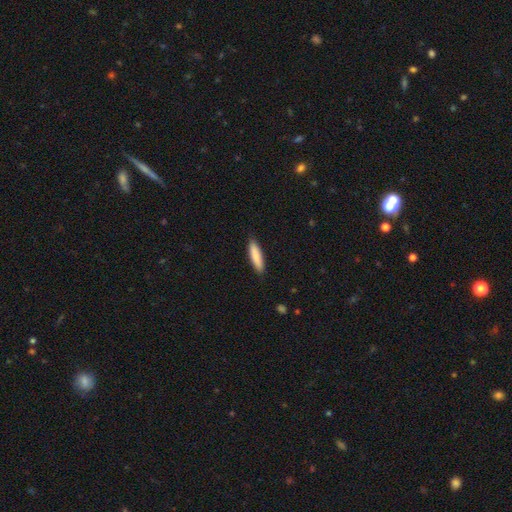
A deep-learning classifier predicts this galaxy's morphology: Smooth or featured: smooth — 85% (featured or disk — 10%)
How rounded: cigar-shaped — 77% (in between — 21%)
Merging: none — 89% (minor disturbance — 8%)